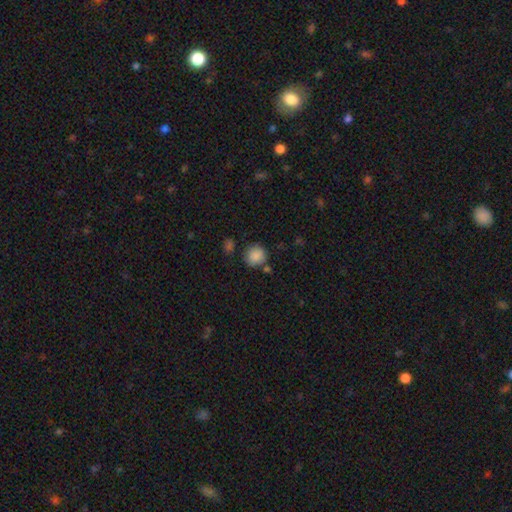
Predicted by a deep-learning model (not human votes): smooth_or_featured: smooth (p=0.87) [alt: star or artifact p=0.09]
how_rounded: round (p=0.89) [alt: in between p=0.10]
merging: none (p=0.75) [alt: minor disturbance p=0.13]